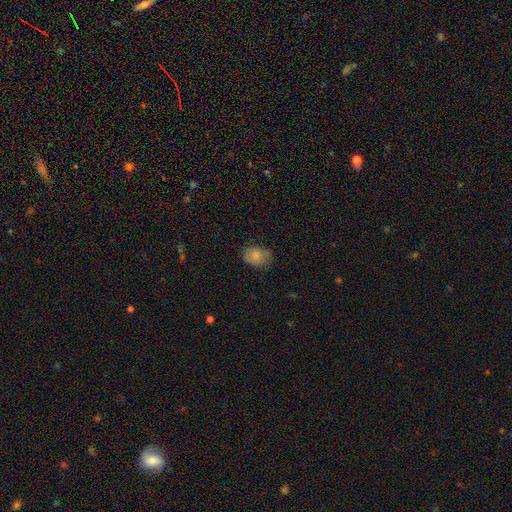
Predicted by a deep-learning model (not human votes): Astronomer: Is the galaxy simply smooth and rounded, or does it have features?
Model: smooth — 81%.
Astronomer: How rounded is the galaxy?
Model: in between — 61% (runner-up: round, 39%).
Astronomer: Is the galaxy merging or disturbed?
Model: none — 64%.